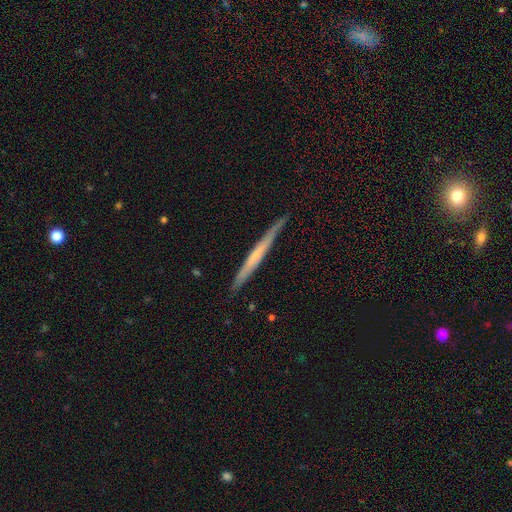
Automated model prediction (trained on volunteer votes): A featured or disk galaxy (63%) viewed edge-on (96%) with no central bulge (58%).

Vote fractions:
- Smooth or featured? featured or disk: 63% / smooth: 32% / star or artifact: 6%
- Edge-on disk? yes: 96% / no: 4%
- Edge-on bulge? none: 58% / rounded: 37% / boxy: 5%
- Merging? none: 88% / minor disturbance: 9% / major disturbance: 2% / merger: 1%